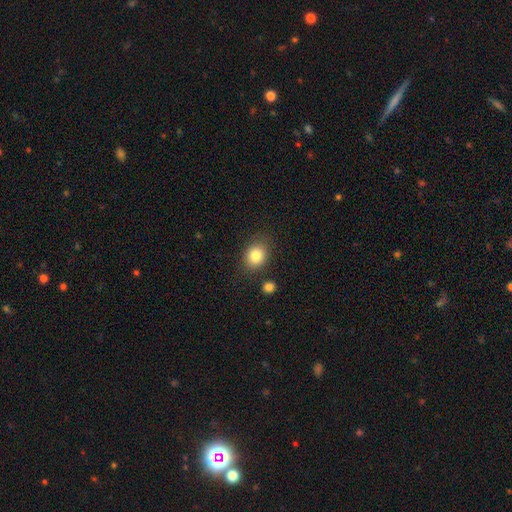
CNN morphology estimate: smooth_or_featured: smooth (p=0.84) [alt: star or artifact p=0.09]
how_rounded: round (p=0.55) [alt: in between p=0.44]
merging: none (p=0.79) [alt: minor disturbance p=0.12]